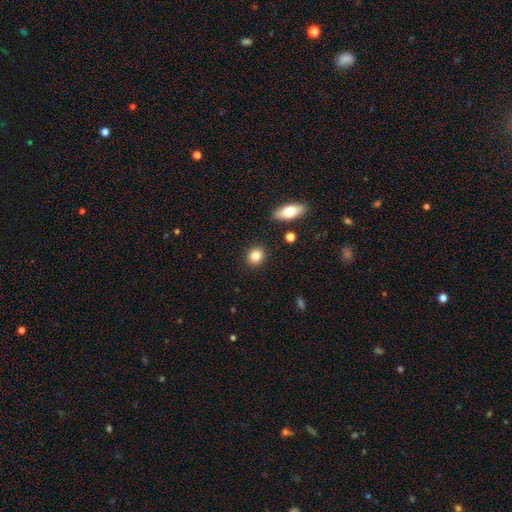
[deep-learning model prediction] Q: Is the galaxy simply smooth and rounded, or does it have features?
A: smooth — 84%.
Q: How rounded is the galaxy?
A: round — 73%.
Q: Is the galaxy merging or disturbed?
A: none — 89%.